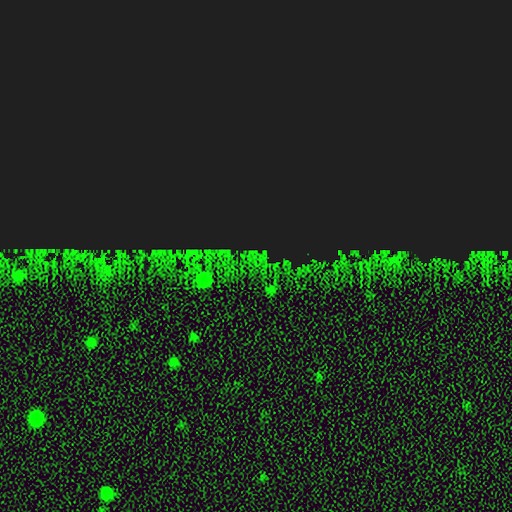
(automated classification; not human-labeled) Smooth or featured: star or artifact — 83% (smooth — 9%)